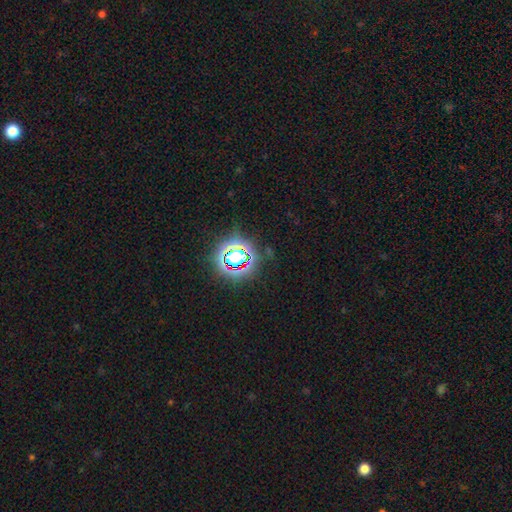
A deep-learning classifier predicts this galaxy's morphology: Q: Smooth or featured?
A: star or artifact (79%); runner-up: smooth (14%)